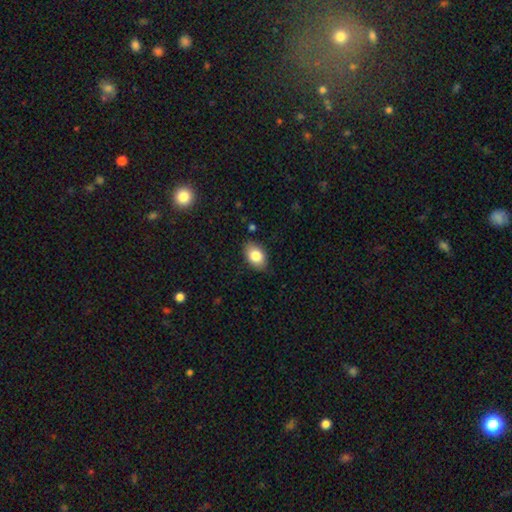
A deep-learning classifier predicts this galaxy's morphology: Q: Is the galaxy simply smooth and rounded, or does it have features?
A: smooth — 81%.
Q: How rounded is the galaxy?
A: in between — 85%.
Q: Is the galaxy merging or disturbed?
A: none — 82%.